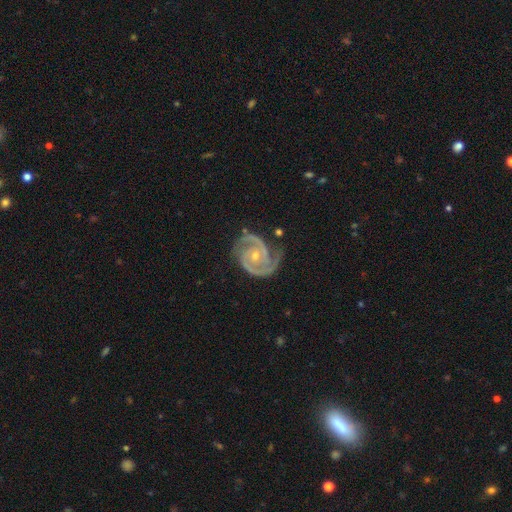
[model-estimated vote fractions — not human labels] This is clearly a featured or disk galaxy (94%). It is clearly not viewed edge-on (98%). Bar: likely no (67%). Spiral arm pattern: clearly yes (99%). Spiral arm count: clearly 2 (86%). Spiral winding: possibly tight (58%). Central bulge: possibly small (56%). Merging: likely none (72%).